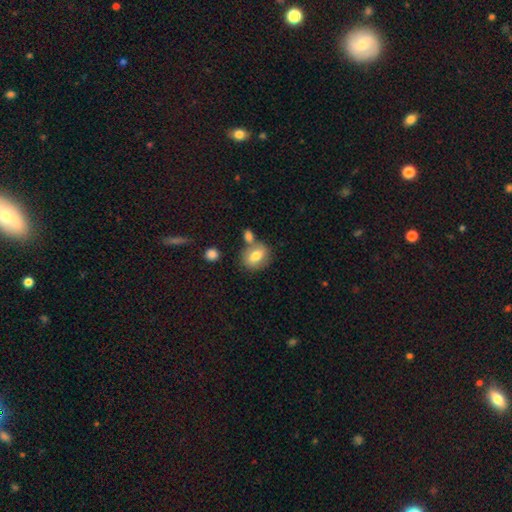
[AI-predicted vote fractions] Smooth or featured? Predicted: smooth (p=0.74). How rounded? Predicted: in between (p=0.57). Merging? Predicted: none (p=0.58).